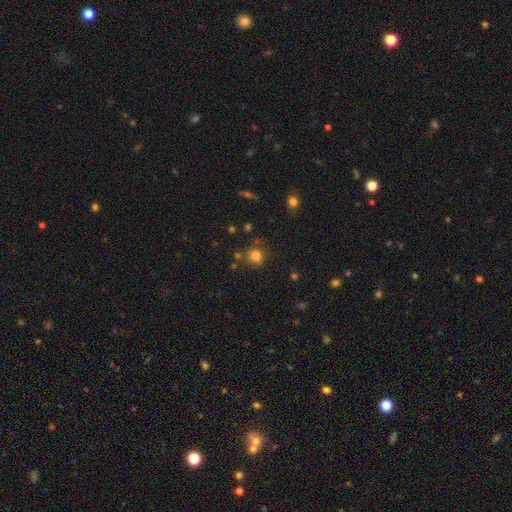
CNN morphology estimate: Smooth or featured: smooth — 79% (star or artifact — 15%)
How rounded: round — 88% (in between — 11%)
Merging: none — 77% (minor disturbance — 12%)